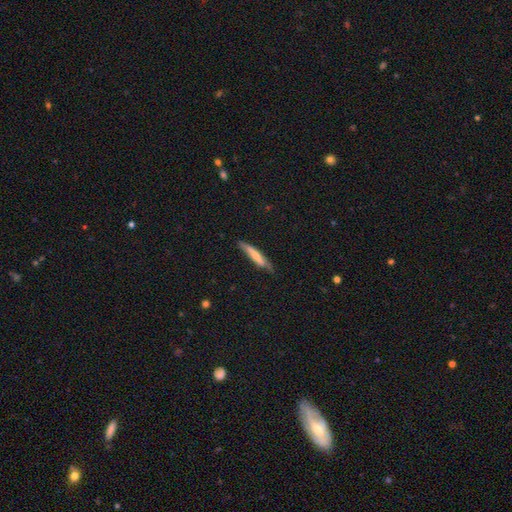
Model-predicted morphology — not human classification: type=smooth (60%); roundness=cigar-shaped (89%); merging=none (73%).